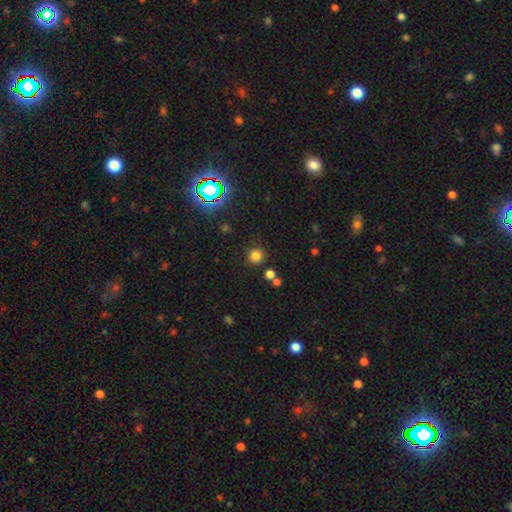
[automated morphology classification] This appears to be a smooth galaxy with no disk features (78%) that is round (93%). Merging: none (83%).